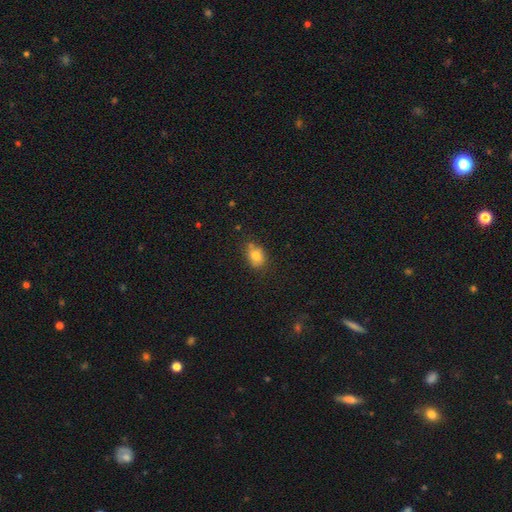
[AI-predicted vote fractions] This is likely a smooth galaxy (79%). How rounded: likely in between (64%). Merging: likely none (62%).